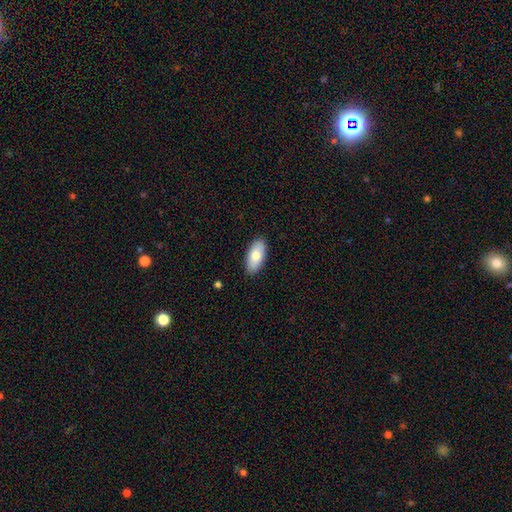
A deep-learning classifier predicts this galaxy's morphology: A smooth galaxy with no disk features (78%) that is in between round and cigar-shaped (91%). Merging: none (88%).